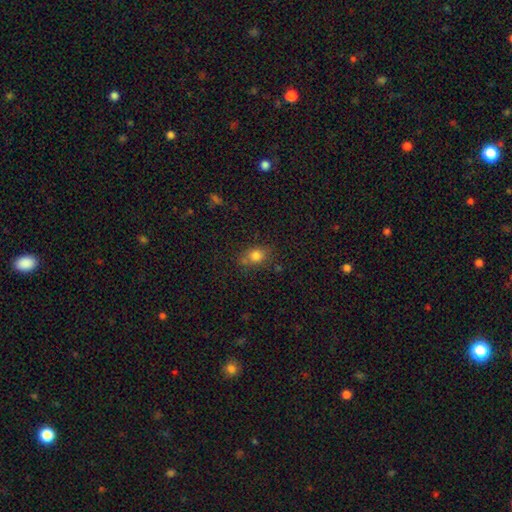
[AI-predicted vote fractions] Smooth or featured? smooth (80%)
How rounded? in between (55%)
Merging? none (66%)